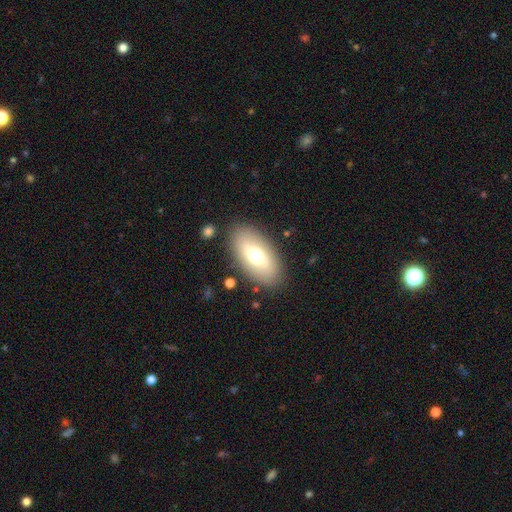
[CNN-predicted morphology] Q: Smooth or featured?
A: smooth (63%); runner-up: featured or disk (29%)
Q: How rounded?
A: in between (92%); runner-up: round (5%)
Q: Merging?
A: none (85%); runner-up: minor disturbance (9%)